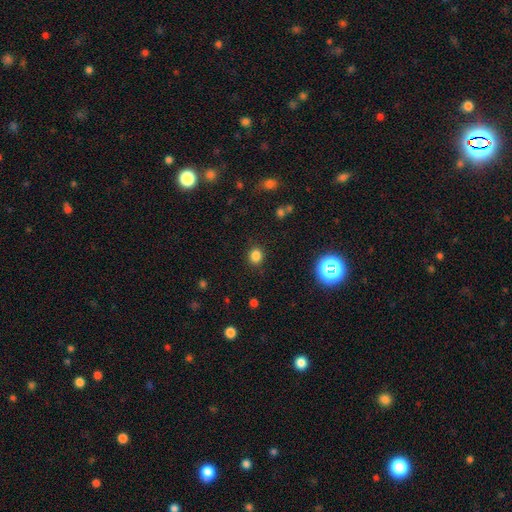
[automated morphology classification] A smooth galaxy with no disk features (81%) that is round (75%).

Vote fractions:
- Smooth or featured? smooth: 81% / star or artifact: 14% / featured or disk: 4%
- How rounded? round: 75% / in between: 24% / cigar-shaped: 1%
- Merging? none: 87% / minor disturbance: 8% / major disturbance: 3% / merger: 2%